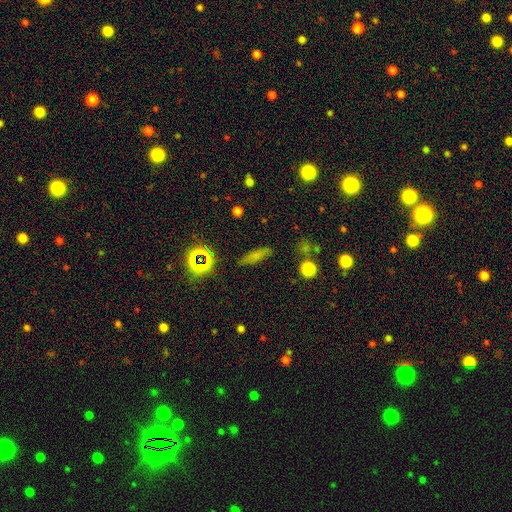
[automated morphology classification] smooth_or_featured: smooth (p=0.65) [alt: star or artifact p=0.21]
how_rounded: cigar-shaped (p=0.65) [alt: in between p=0.30]
merging: none (p=0.82) [alt: minor disturbance p=0.12]